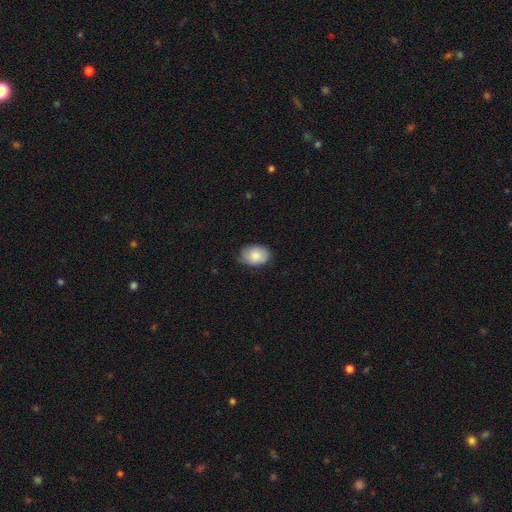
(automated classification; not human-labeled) This appears to be a smooth galaxy with no disk features (81%) that is in between round and cigar-shaped (77%). Merging: none (69%).